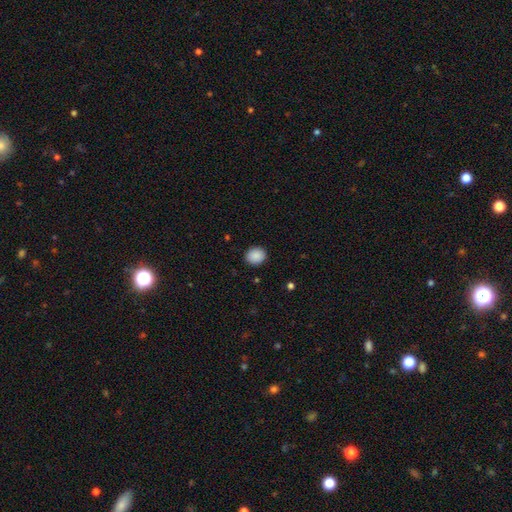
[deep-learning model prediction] Smooth or featured? smooth (89%)
How rounded? round (70%)
Merging? none (90%)